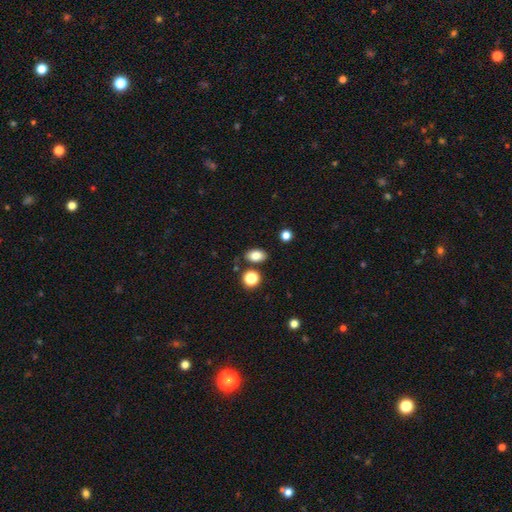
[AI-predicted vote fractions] This appears to be a smooth galaxy with no disk features (82%) that is in between round and cigar-shaped (84%). Merging: none (80%).